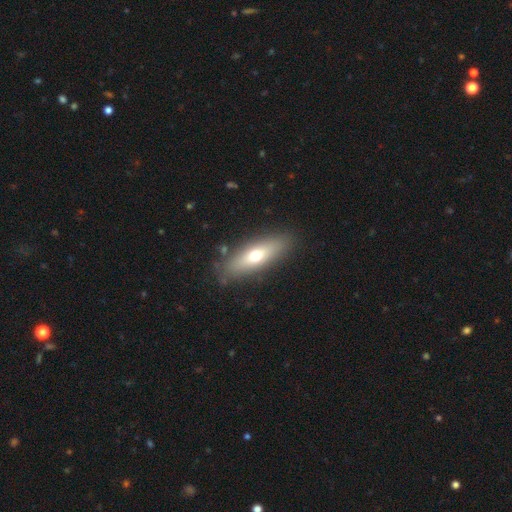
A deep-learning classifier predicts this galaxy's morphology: smooth_or_featured: smooth (p=0.60) [alt: featured or disk p=0.33]
how_rounded: in between (p=0.49) [alt: cigar-shaped p=0.48]
merging: none (p=0.85) [alt: minor disturbance p=0.10]